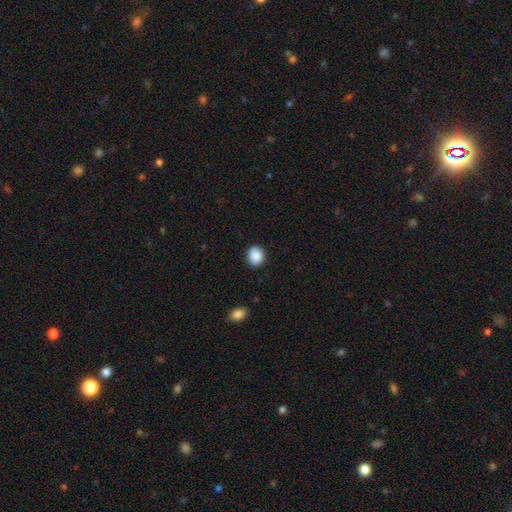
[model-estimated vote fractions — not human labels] Smooth or featured? smooth (88%)
How rounded? round (70%)
Merging? none (84%)